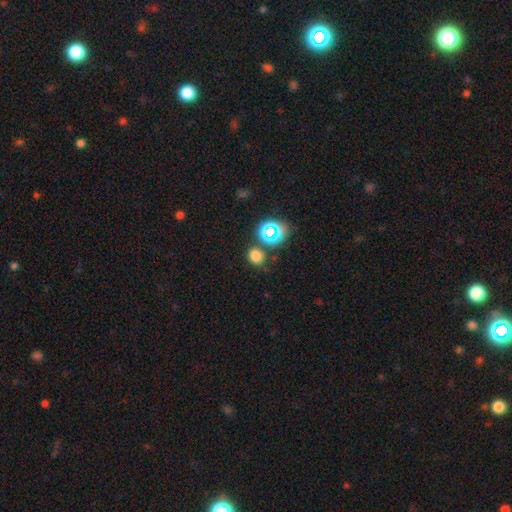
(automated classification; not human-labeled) This is likely a smooth galaxy (72%). How rounded: likely round (70%). Merging: likely none (76%).